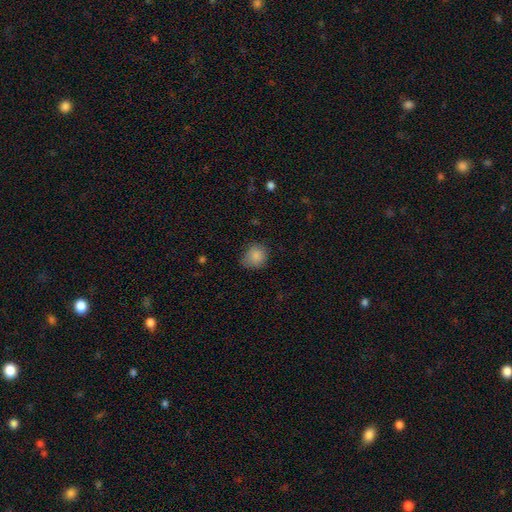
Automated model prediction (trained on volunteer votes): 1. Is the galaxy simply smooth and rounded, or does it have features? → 85% smooth, 9% star or artifact, 6% featured or disk.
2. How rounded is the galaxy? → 76% round, 23% in between, 1% cigar-shaped.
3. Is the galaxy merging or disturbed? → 70% none, 23% minor disturbance, 5% major disturbance, 1% merger.